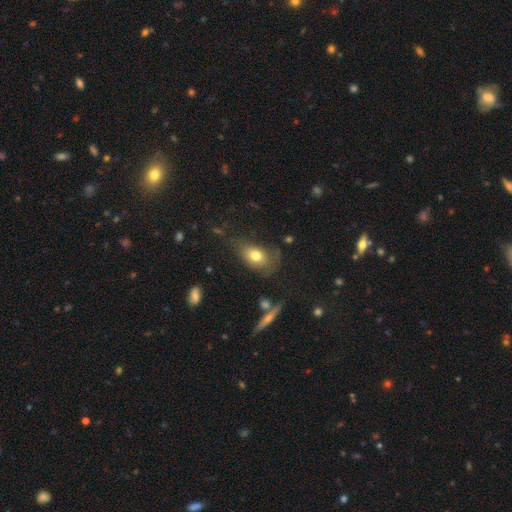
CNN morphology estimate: Smooth or featured? smooth (75%)
How rounded? in between (80%)
Merging? none (52%)